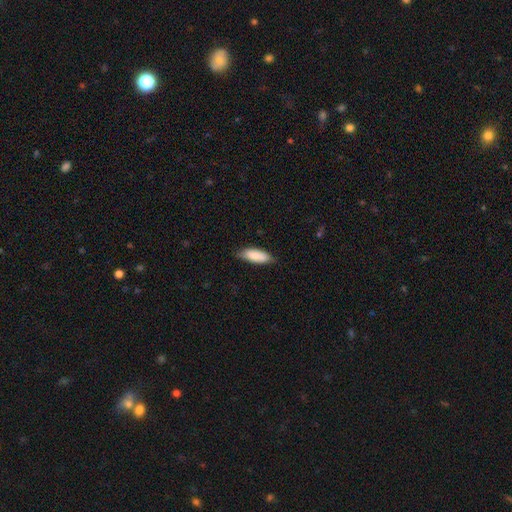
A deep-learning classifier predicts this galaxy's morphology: This appears to be a smooth galaxy with no disk features (86%) that is in between round and cigar-shaped (72%). Merging: none (75%).